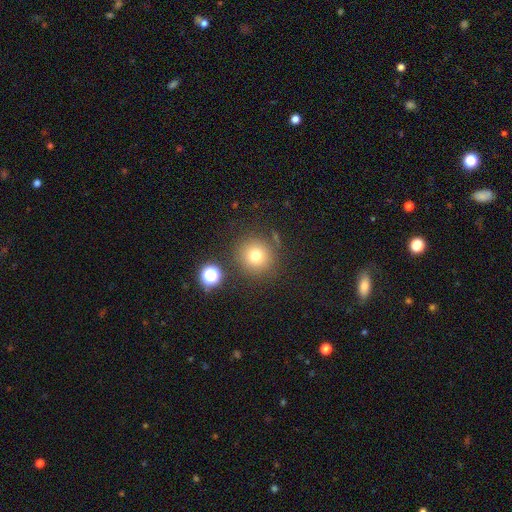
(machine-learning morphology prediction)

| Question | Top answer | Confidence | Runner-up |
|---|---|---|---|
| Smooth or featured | smooth | 76% | star or artifact (15%) |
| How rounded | round | 94% | in between (5%) |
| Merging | none | 83% | minor disturbance (9%) |